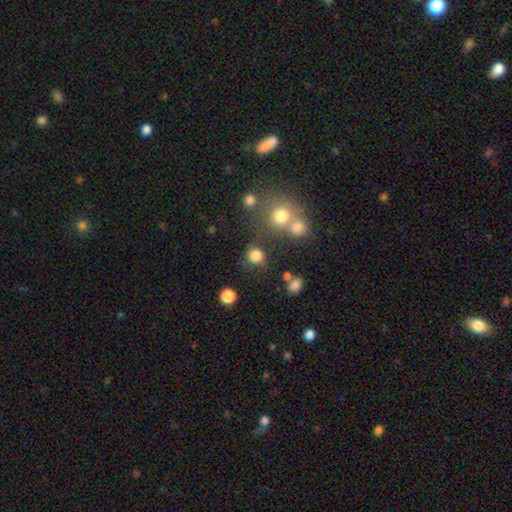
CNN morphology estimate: Smooth or featured? Predicted: smooth (p=0.81). How rounded? Predicted: round (p=0.87). Merging? Predicted: none (p=0.68).